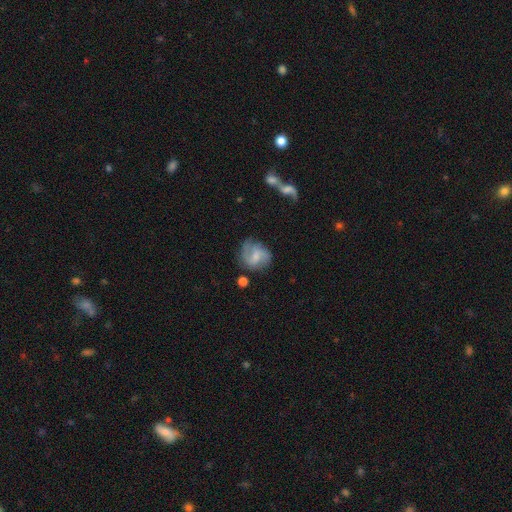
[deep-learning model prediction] Q: Smooth or featured?
A: featured or disk (62%); runner-up: smooth (30%)
Q: Edge-on disk?
A: no (97%); runner-up: yes (3%)
Q: Bar?
A: weak (50%); runner-up: no (38%)
Q: Spiral arms?
A: yes (88%); runner-up: no (12%)
Q: Spiral winding?
A: medium (44%); runner-up: loose (36%)
Q: Spiral arm count?
A: 2 (66%); runner-up: can't tell (15%)
Q: Bulge size?
A: small (46%); runner-up: moderate (30%)
Q: Merging?
A: none (62%); runner-up: minor disturbance (23%)